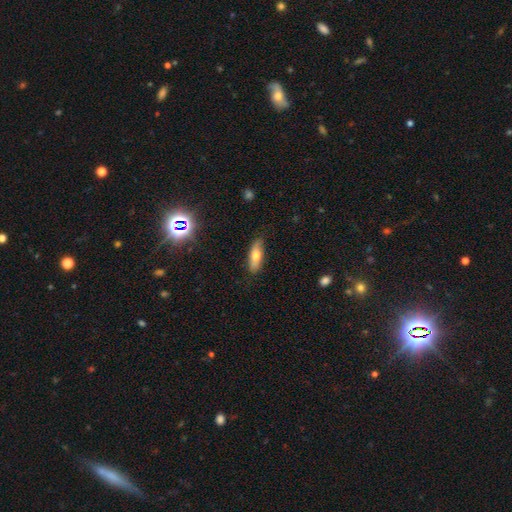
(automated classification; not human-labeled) Overall: smooth (68%). How rounded: in between (63%; cigar-shaped 35%). Merging: none (80%).